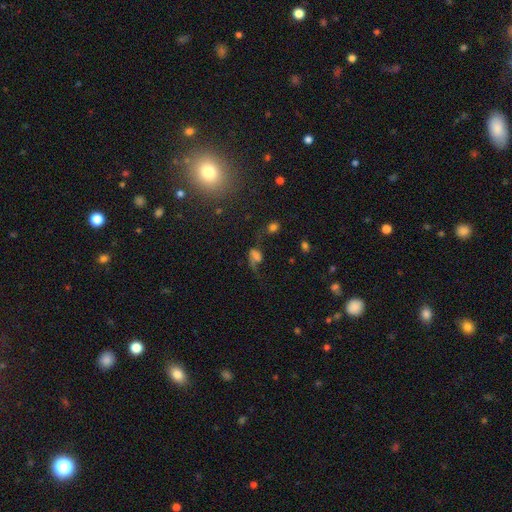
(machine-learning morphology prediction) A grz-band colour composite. It shows a smooth galaxy with no disk features (45%). Merging: major disturbance (44%).